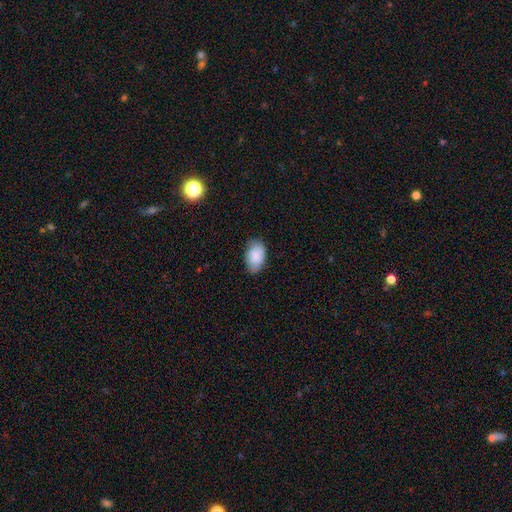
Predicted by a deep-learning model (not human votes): Overall: smooth (87%). How rounded: in between (91%). Merging: none (69%).